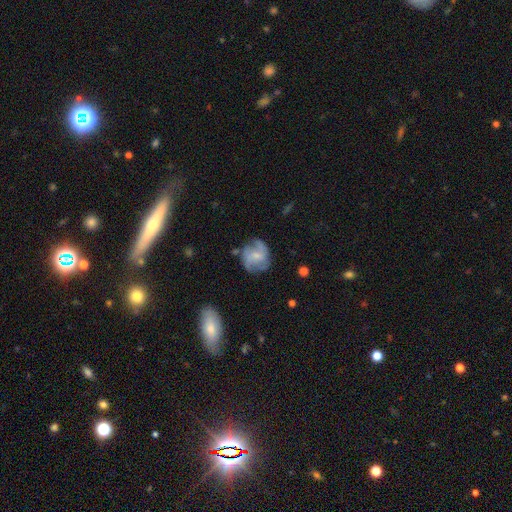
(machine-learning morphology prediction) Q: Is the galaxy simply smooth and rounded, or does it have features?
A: featured or disk — 63%.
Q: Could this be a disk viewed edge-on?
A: no — 97%.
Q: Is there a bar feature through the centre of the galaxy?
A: no — 46%.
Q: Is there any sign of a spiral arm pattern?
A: yes — 83%.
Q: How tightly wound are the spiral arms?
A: medium — 44%.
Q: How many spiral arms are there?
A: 2 — 44%.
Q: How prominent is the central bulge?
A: small — 60%.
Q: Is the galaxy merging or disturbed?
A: none — 64%.